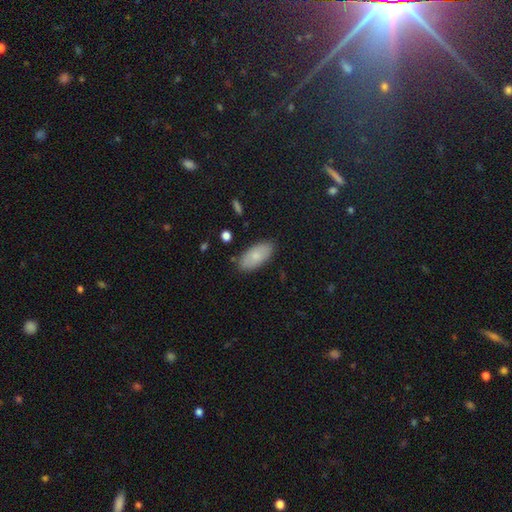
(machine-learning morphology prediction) Q: Smooth or featured?
A: smooth (79%); runner-up: featured or disk (14%)
Q: How rounded?
A: in between (91%); runner-up: cigar-shaped (7%)
Q: Merging?
A: none (84%); runner-up: minor disturbance (12%)